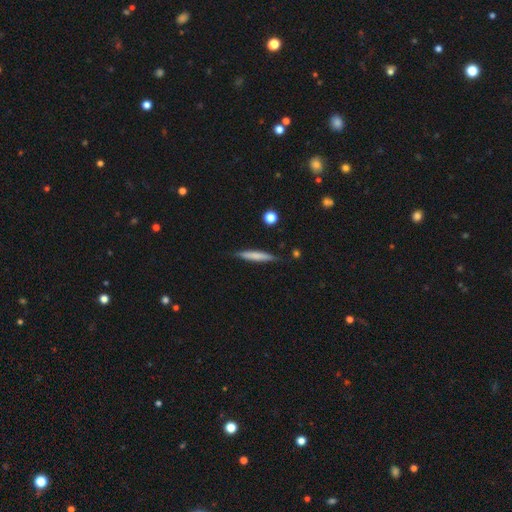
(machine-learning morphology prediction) Smooth or featured? Predicted: smooth (p=0.65). How rounded? Predicted: cigar-shaped (p=0.92). Merging? Predicted: none (p=0.83).